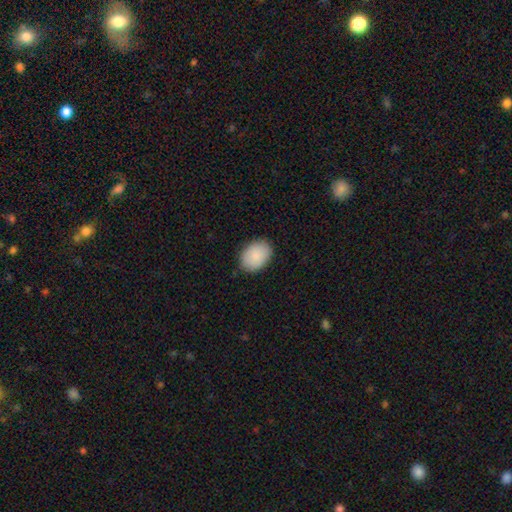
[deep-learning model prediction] smooth-or-featured: smooth: 90% | star or artifact: 6% | featured or disk: 4%
  how-rounded: in between: 79% | round: 20% | cigar-shaped: 1%
  merging: none: 86% | minor disturbance: 11% | major disturbance: 2% | merger: 1%